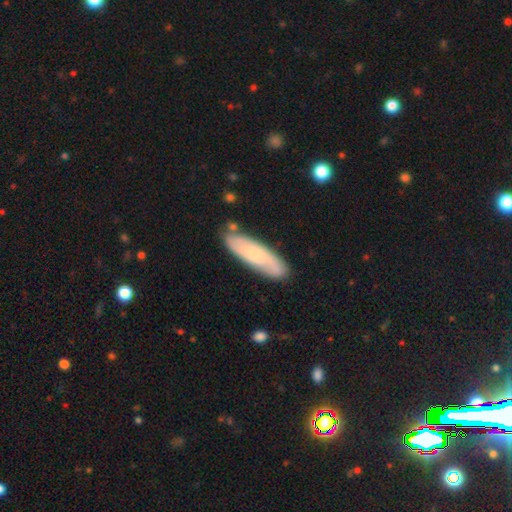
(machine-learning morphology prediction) Smooth or featured? smooth (57%)
How rounded? cigar-shaped (50%)
Merging? none (76%)